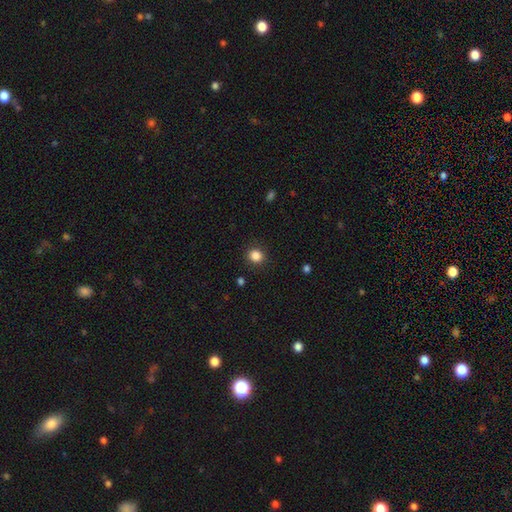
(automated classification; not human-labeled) smooth 86%, star or artifact 11%, featured or disk 3%. Down the decision tree: how rounded — round (80%); merging — none (89%).